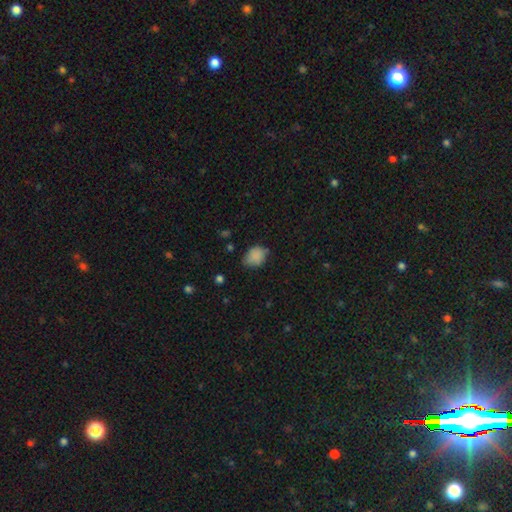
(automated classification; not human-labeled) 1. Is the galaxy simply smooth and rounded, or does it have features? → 83% smooth, 10% star or artifact, 8% featured or disk.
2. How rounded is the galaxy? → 65% in between, 34% round, 1% cigar-shaped.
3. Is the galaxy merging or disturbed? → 56% none, 34% minor disturbance, 7% major disturbance, 2% merger.